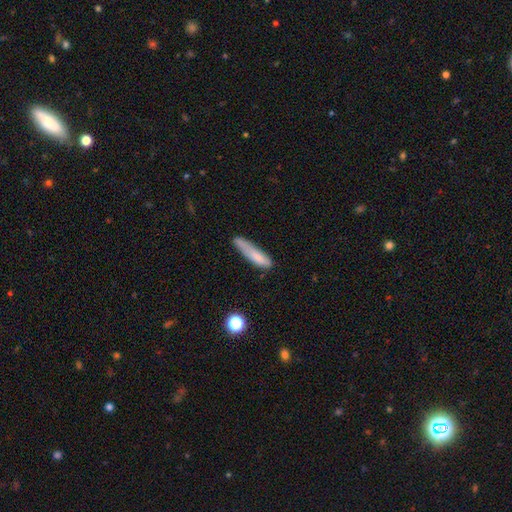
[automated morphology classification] smooth-or-featured: smooth: 76% | featured or disk: 16% | star or artifact: 8%
  how-rounded: cigar-shaped: 83% | in between: 15% | round: 2%
  merging: none: 54% | minor disturbance: 30% | major disturbance: 10% | merger: 6%